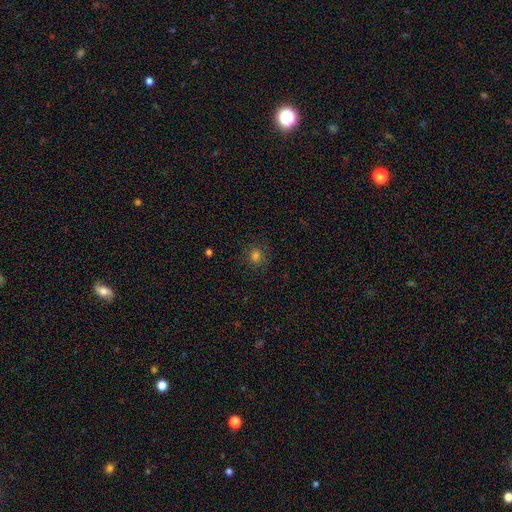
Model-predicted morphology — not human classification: Q: Smooth or featured?
A: smooth (78%); runner-up: star or artifact (18%)
Q: How rounded?
A: round (83%); runner-up: in between (16%)
Q: Merging?
A: none (87%); runner-up: minor disturbance (9%)